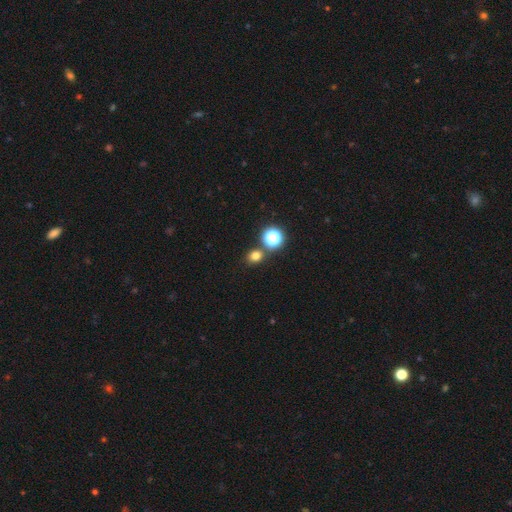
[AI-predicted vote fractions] smooth_or_featured: smooth (p=0.73) [alt: star or artifact p=0.22]
how_rounded: round (p=0.71) [alt: in between p=0.28]
merging: none (p=0.78) [alt: merger p=0.10]